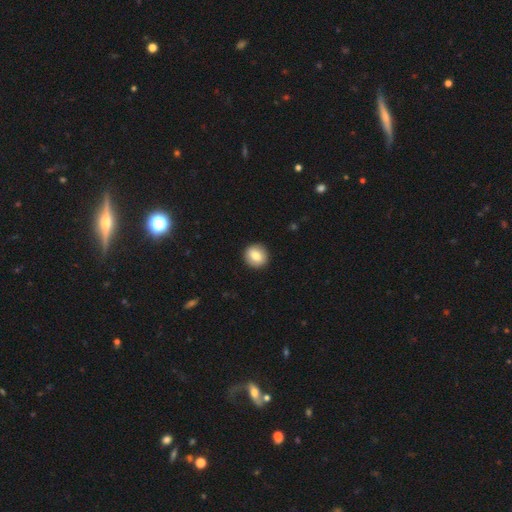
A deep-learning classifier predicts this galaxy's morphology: A smooth galaxy with no disk features (81%) that is round (87%). Merging: none (92%).